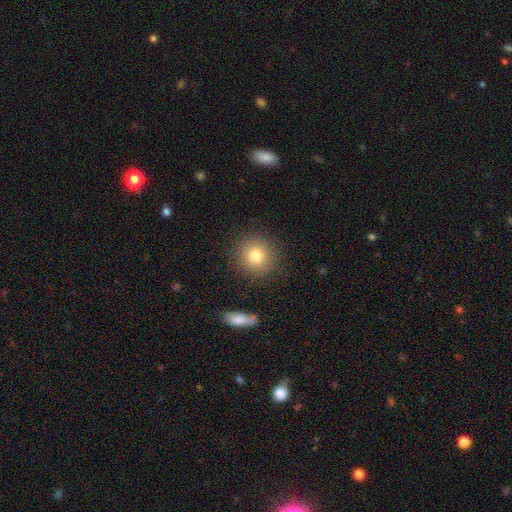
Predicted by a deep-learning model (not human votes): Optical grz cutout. It shows a smooth galaxy with no disk features (78%) that is round (92%). Merging: none (88%).